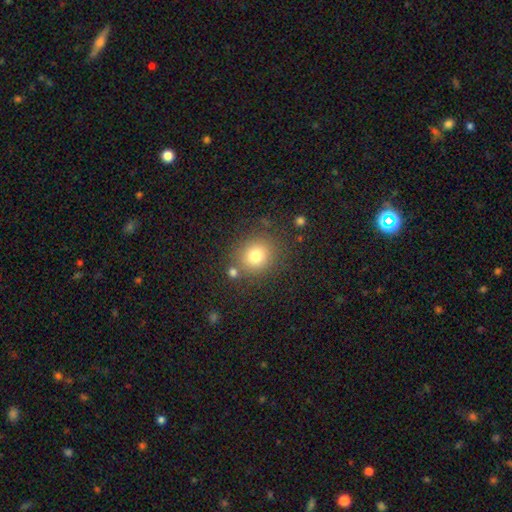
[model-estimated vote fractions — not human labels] Overall: smooth (78%). How rounded: round (82%). Merging: none (77%).